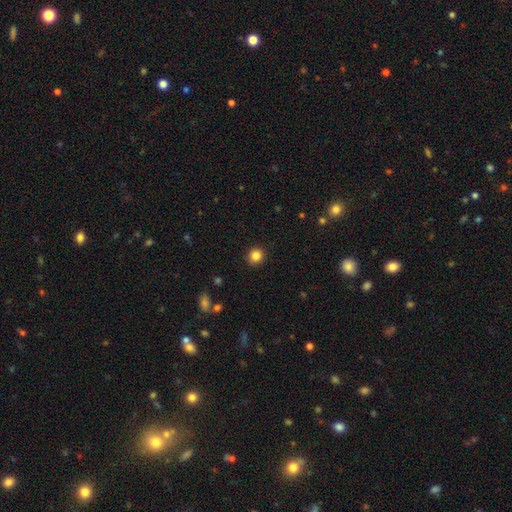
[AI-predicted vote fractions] Smooth or featured?
  - smooth: 85% *
  - star or artifact: 11%
  - featured or disk: 4%
How rounded?
  - round: 87% *
  - in between: 12%
  - cigar-shaped: 1%
Merging?
  - none: 91% *
  - minor disturbance: 6%
  - major disturbance: 2%
  - merger: 1%